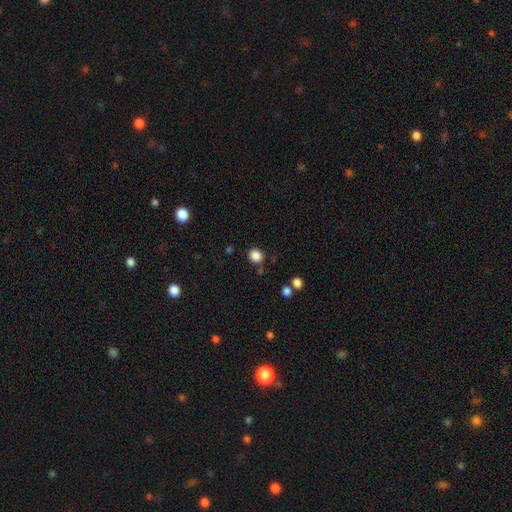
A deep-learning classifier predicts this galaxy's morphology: Overall: smooth (85%). How rounded: round (76%). Merging: none (82%).